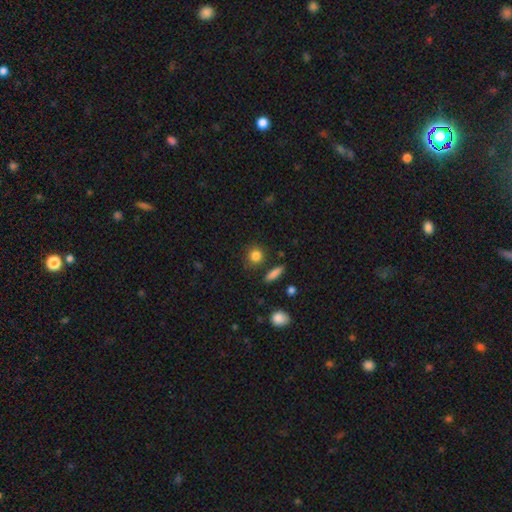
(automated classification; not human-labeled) smooth_or_featured: smooth (p=0.85) [alt: star or artifact p=0.09]
how_rounded: round (p=0.85) [alt: in between p=0.13]
merging: none (p=0.85) [alt: minor disturbance p=0.09]